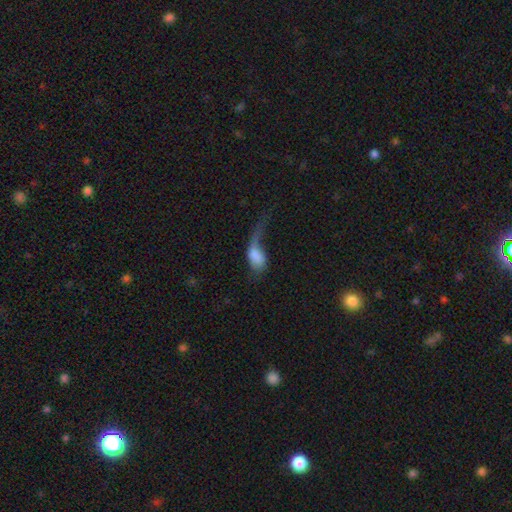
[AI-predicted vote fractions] Smooth or featured: smooth — 61% (featured or disk — 30%)
How rounded: in between — 85% (round — 10%)
Merging: major disturbance — 64% (minor disturbance — 15%)